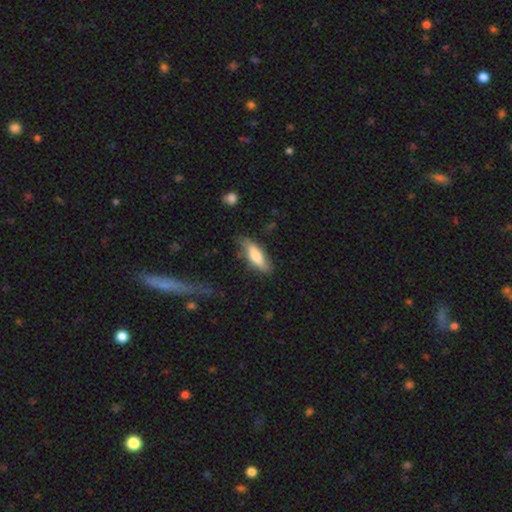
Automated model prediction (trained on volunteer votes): Smooth or featured? Predicted: smooth (p=0.66). How rounded? Predicted: in between (p=0.56). Merging? Predicted: none (p=0.65).